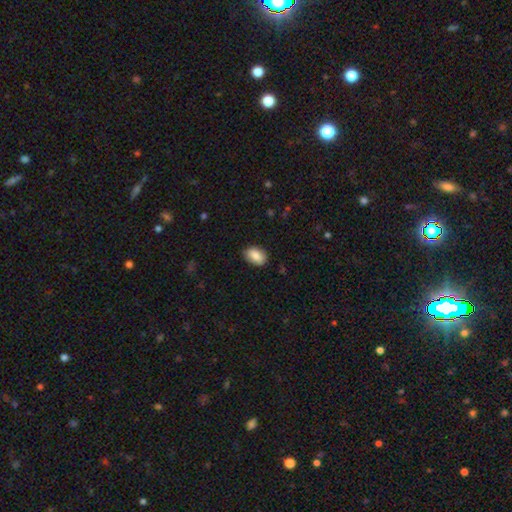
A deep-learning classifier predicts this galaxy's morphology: Overall: smooth (85%). How rounded: in between (85%). Merging: none (83%).